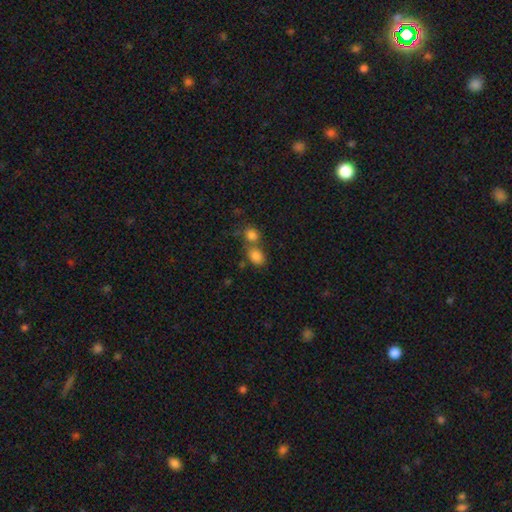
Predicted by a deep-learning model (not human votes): smooth_or_featured: smooth (p=0.83) [alt: star or artifact p=0.11]
how_rounded: in between (p=0.68) [alt: round p=0.31]
merging: none (p=0.43) [tied with: merger p=0.43]